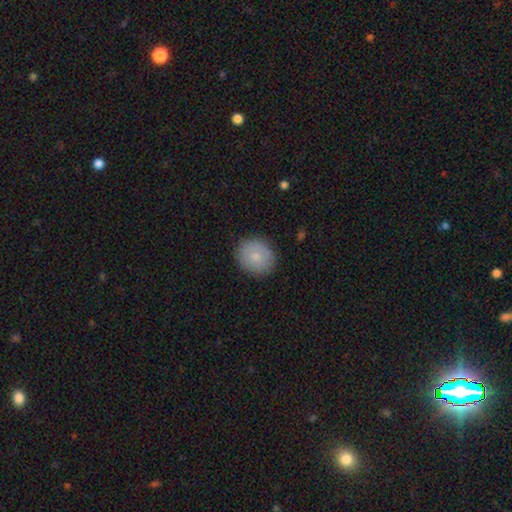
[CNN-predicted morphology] This appears to be a smooth galaxy with no disk features (79%) that is round (80%). Merging: none (86%).